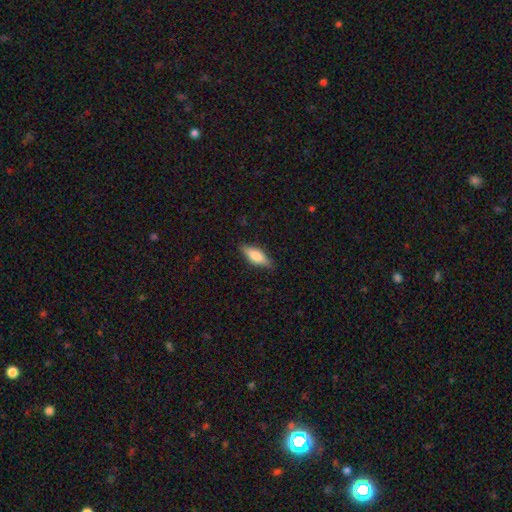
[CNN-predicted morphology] type=smooth (70%); roundness=in between (64%); merging=none (84%).